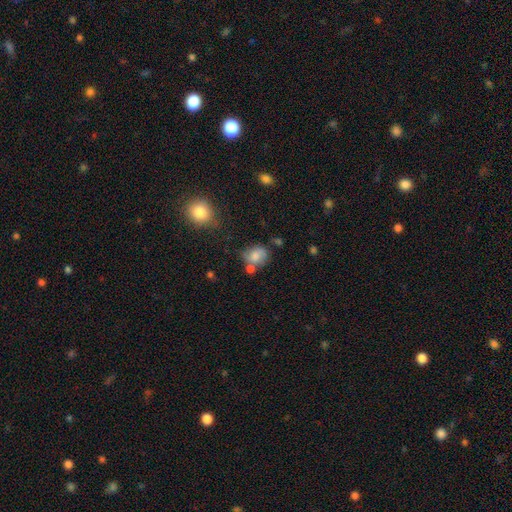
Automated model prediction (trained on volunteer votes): Smooth or featured?
  - smooth: 75% *
  - featured or disk: 16%
  - star or artifact: 10%
How rounded?
  - round: 53% *
  - in between: 46%
  - cigar-shaped: 1%
Merging?
  - none: 52% *
  - minor disturbance: 23%
  - merger: 17%
  - major disturbance: 8%